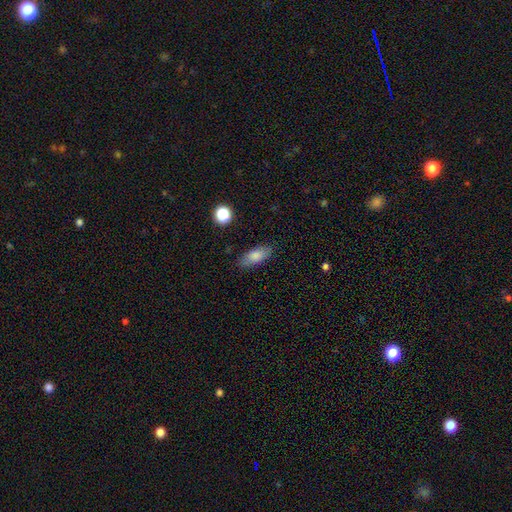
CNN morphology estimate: smooth_or_featured: smooth (p=0.81) [alt: featured or disk p=0.12]
how_rounded: in between (p=0.81) [alt: cigar-shaped p=0.16]
merging: none (p=0.82) [alt: minor disturbance p=0.13]